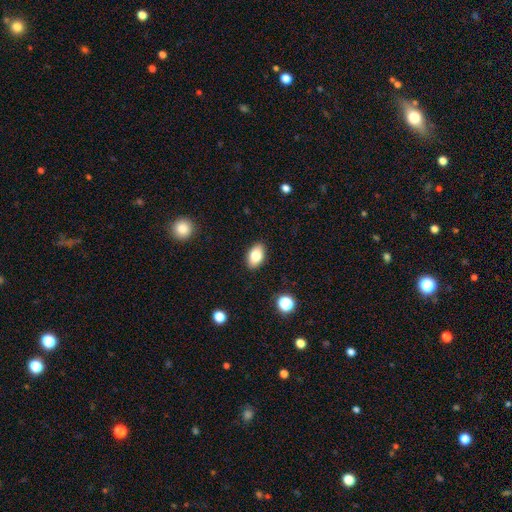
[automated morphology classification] smooth-or-featured: smooth: 80% | featured or disk: 11% | star or artifact: 8%
  how-rounded: in between: 90% | round: 8% | cigar-shaped: 2%
  merging: none: 89% | minor disturbance: 8% | major disturbance: 2% | merger: 1%